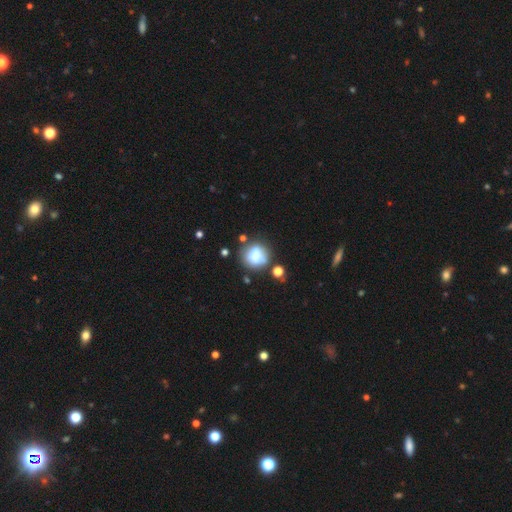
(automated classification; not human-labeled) This appears to be a smooth galaxy with no disk features (70%) that is round (76%). Merging: none (58%).